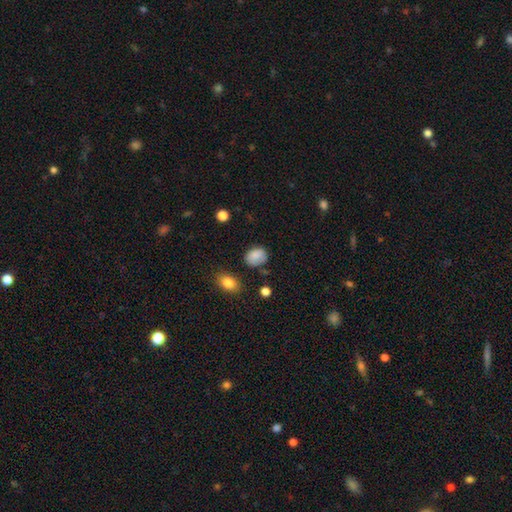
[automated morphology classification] Smooth or featured? smooth (84%)
How rounded? in between (63%)
Merging? none (67%)